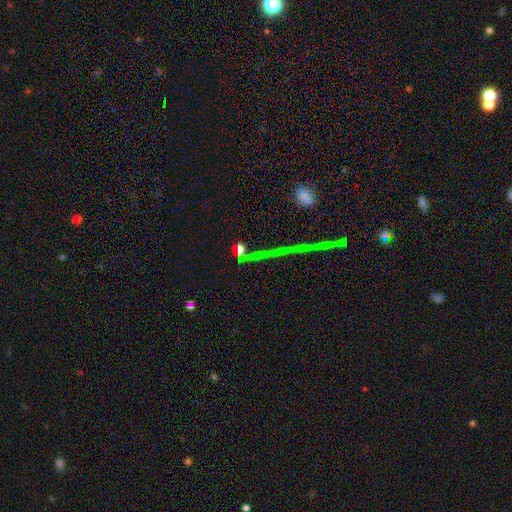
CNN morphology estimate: A star or artifact, not a galaxy (65%).

Vote fractions:
- Smooth or featured? star or artifact: 65% / smooth: 18% / featured or disk: 17%